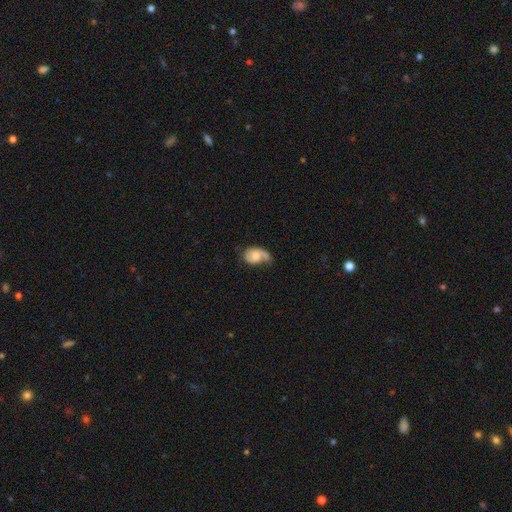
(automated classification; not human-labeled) smooth_or_featured: featured or disk (p=0.59) [alt: smooth p=0.34]
disk_edge_on: no (p=0.97) [alt: yes p=0.03]
bar: no (p=0.67) [alt: weak p=0.28]
has_spiral_arms: yes (p=0.88) [alt: no p=0.12]
spiral_winding: loose (p=0.38) [tied with: medium p=0.38]
spiral_arm_count: 2 (p=0.46) [alt: 1 p=0.44]
bulge_size: moderate (p=0.45) [alt: small p=0.34]
merging: none (p=0.39) [alt: minor disturbance p=0.31]